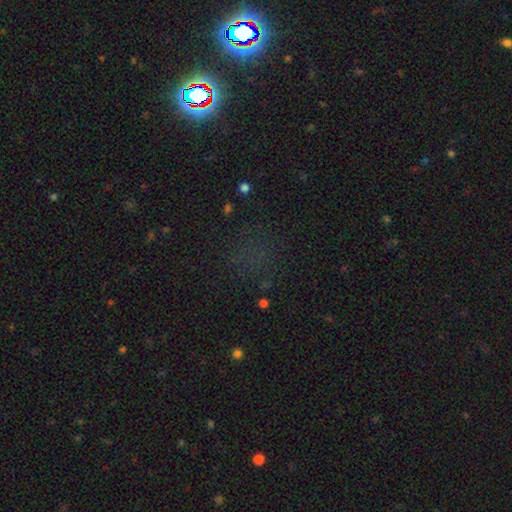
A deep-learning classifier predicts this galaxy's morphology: type=star or artifact (61%).